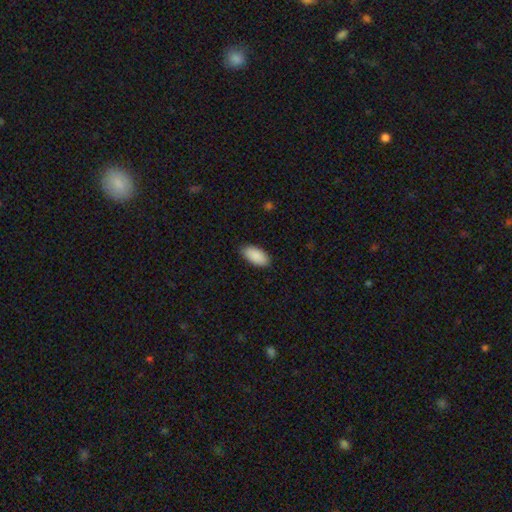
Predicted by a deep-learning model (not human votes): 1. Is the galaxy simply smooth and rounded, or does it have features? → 91% smooth, 6% star or artifact, 4% featured or disk.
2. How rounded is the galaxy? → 94% in between, 4% cigar-shaped, 2% round.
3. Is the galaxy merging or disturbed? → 87% none, 10% minor disturbance, 2% major disturbance, 1% merger.